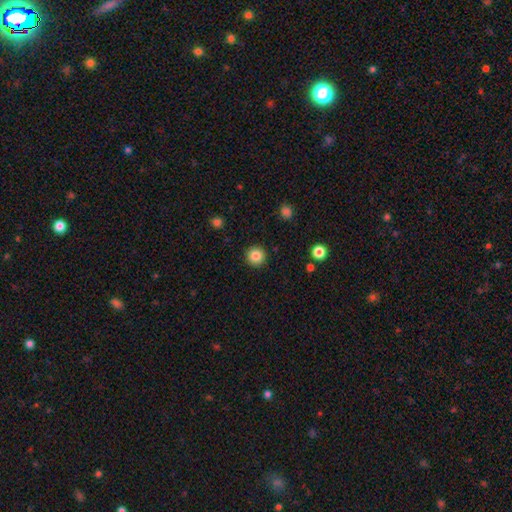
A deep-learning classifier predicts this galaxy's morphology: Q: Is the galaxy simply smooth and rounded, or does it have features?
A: smooth — 85%.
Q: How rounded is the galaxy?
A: round — 95%.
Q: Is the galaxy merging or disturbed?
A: none — 93%.